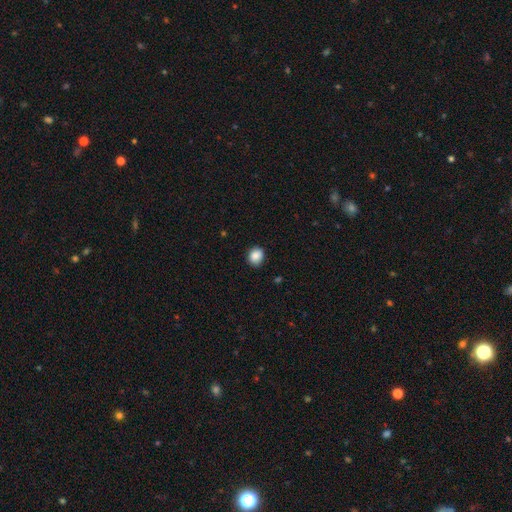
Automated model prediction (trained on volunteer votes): Smooth or featured? Predicted: smooth (p=0.88). How rounded? Predicted: round (p=0.67). Merging? Predicted: none (p=0.86).